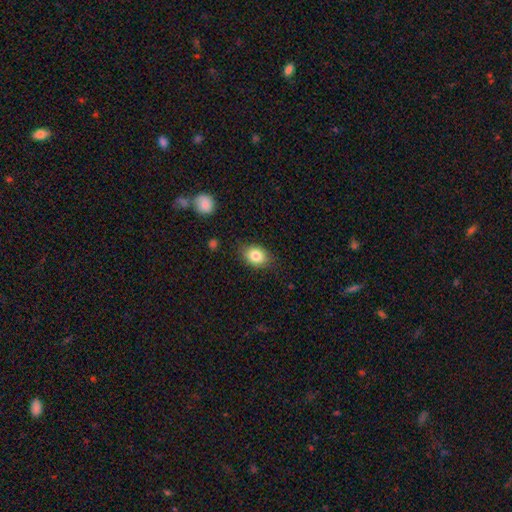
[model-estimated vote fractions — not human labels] Q: Smooth or featured?
A: smooth (83%); runner-up: star or artifact (9%)
Q: How rounded?
A: in between (68%); runner-up: round (31%)
Q: Merging?
A: none (80%); runner-up: minor disturbance (15%)